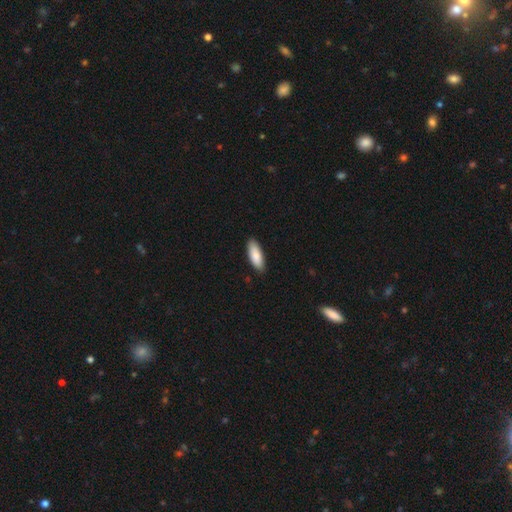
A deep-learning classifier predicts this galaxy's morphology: Smooth or featured? smooth (83%)
How rounded? in between (70%)
Merging? none (88%)